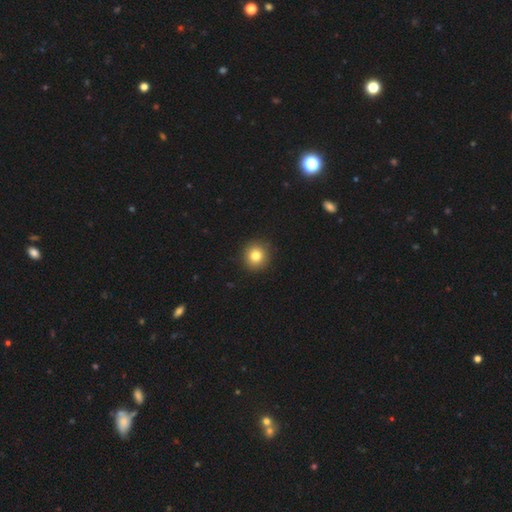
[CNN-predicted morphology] Smooth or featured? Predicted: smooth (p=0.82). How rounded? Predicted: round (p=0.92). Merging? Predicted: none (p=0.92).